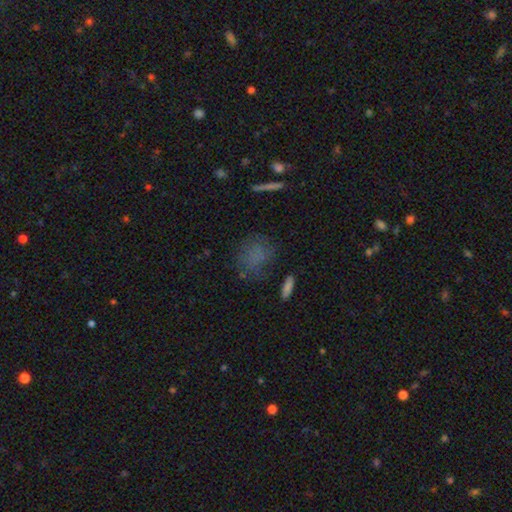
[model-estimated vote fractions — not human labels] smooth 67%, star or artifact 17%, featured or disk 17%. Down the decision tree: how rounded — round (58%); merging — none (64%).